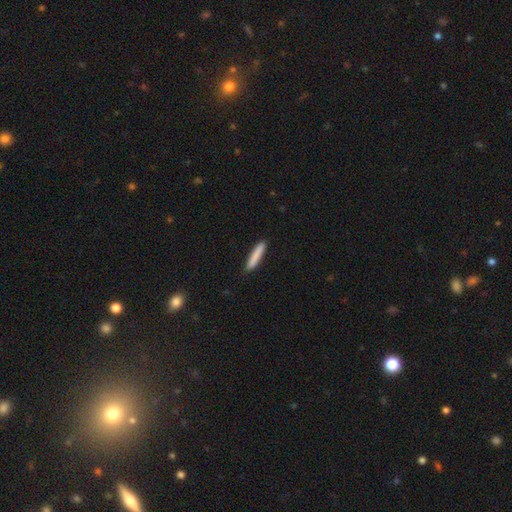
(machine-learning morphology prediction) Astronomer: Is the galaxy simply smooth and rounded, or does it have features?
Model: smooth — 85%.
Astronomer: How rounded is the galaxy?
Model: cigar-shaped — 92%.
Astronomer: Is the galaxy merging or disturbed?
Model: none — 91%.